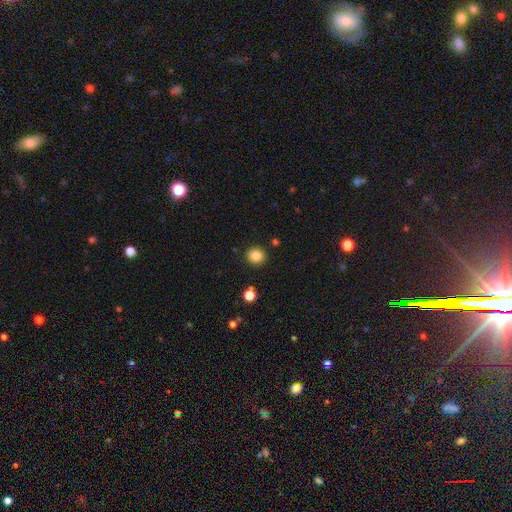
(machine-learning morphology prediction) A smooth galaxy with no disk features (85%) that is round (85%).

Vote fractions:
- Smooth or featured? smooth: 85% / star or artifact: 11% / featured or disk: 4%
- How rounded? round: 85% / in between: 14% / cigar-shaped: 1%
- Merging? none: 89% / minor disturbance: 6% / major disturbance: 2% / merger: 2%